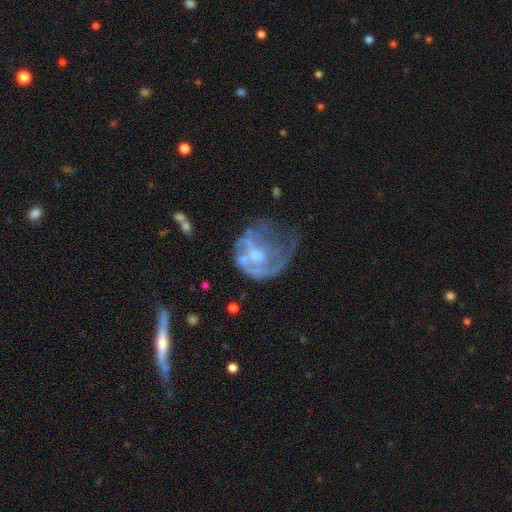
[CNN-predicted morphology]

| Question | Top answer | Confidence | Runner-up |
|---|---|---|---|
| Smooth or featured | featured or disk | 69% | smooth (22%) |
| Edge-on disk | no | 98% | yes (2%) |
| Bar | no | 70% | weak (24%) |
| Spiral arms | no | 52% | yes (48%) |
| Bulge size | moderate | 45% | none (23%) |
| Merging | major disturbance | 43% | none (30%) |